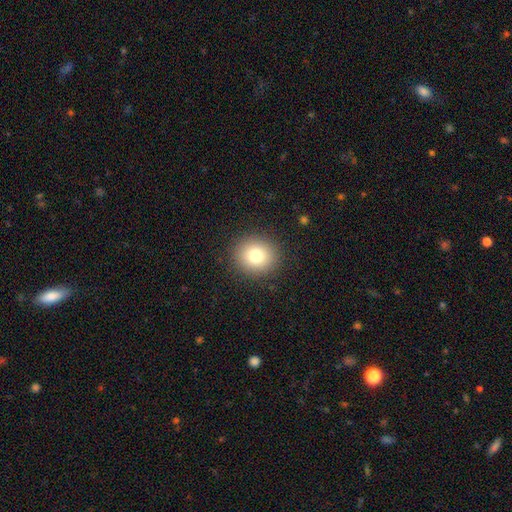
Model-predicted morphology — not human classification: This appears to be a smooth galaxy with no disk features (78%) that is round (85%). Merging: none (91%).